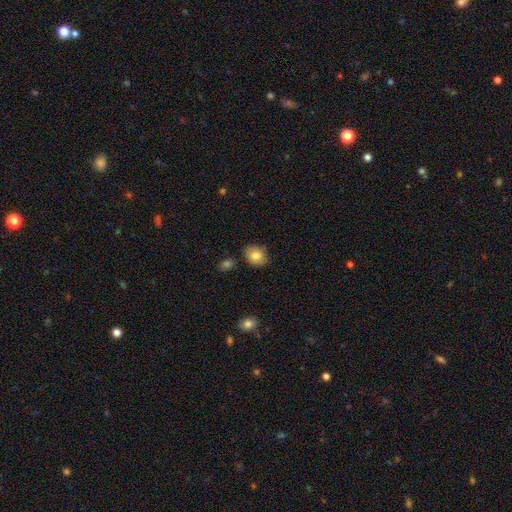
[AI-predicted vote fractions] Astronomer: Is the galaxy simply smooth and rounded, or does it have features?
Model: smooth — 80%.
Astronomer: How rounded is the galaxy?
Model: in between — 62% (runner-up: round, 37%).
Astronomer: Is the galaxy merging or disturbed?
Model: none — 82%.